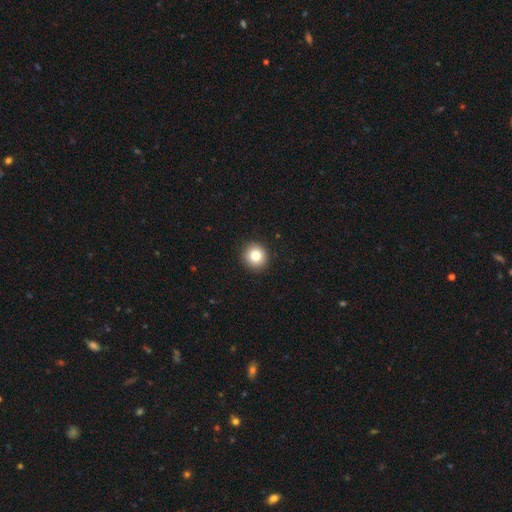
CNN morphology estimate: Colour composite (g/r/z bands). It shows a smooth galaxy with no disk features (82%) that is round (93%). Merging: none (92%).